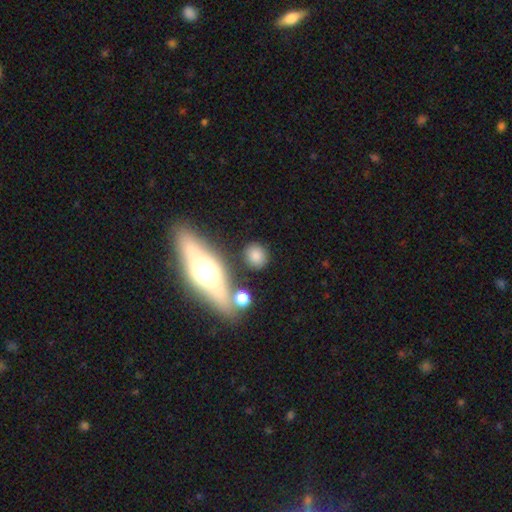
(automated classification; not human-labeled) This is likely a smooth galaxy (79%). How rounded: likely round (78%). Merging: clearly none (81%).